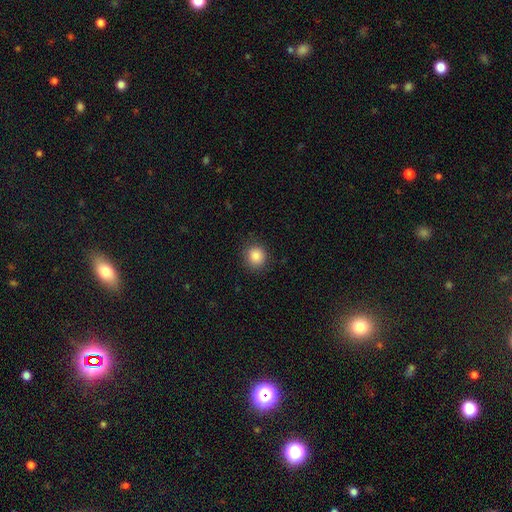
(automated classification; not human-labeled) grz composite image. It shows a smooth galaxy with no disk features (87%) that is round (88%). Merging: none (88%).